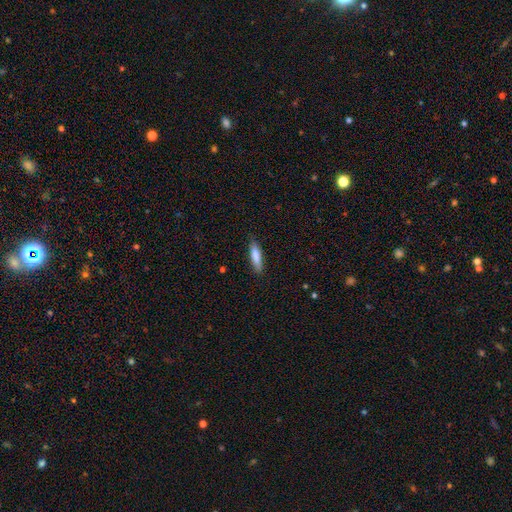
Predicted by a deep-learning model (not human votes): Smooth or featured? smooth (82%)
How rounded? cigar-shaped (72%)
Merging? none (84%)